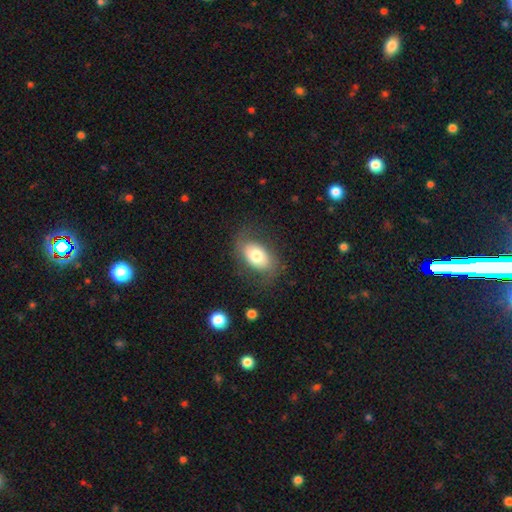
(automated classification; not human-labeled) smooth 62%, featured or disk 29%, star or artifact 8%. Down the decision tree: how rounded — in between (87%); merging — none (72%).